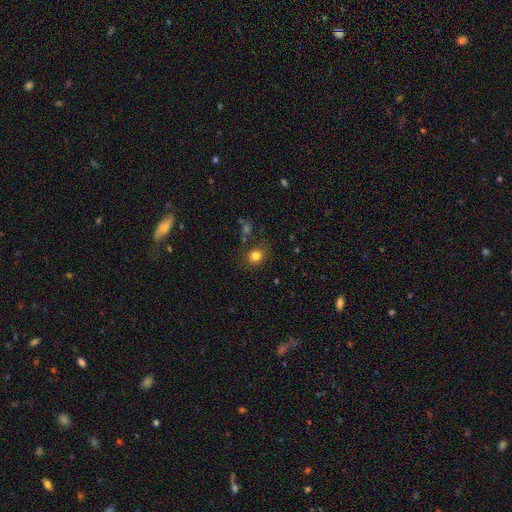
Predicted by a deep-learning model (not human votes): smooth-or-featured: smooth: 80% | star or artifact: 14% | featured or disk: 7%
  how-rounded: round: 76% | in between: 23% | cigar-shaped: 1%
  merging: none: 81% | minor disturbance: 11% | major disturbance: 4% | merger: 4%